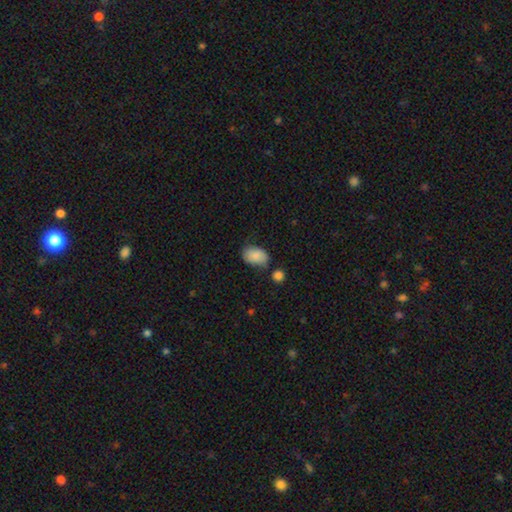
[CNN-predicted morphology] type=smooth (86%); roundness=in between (87%); merging=none (62%).